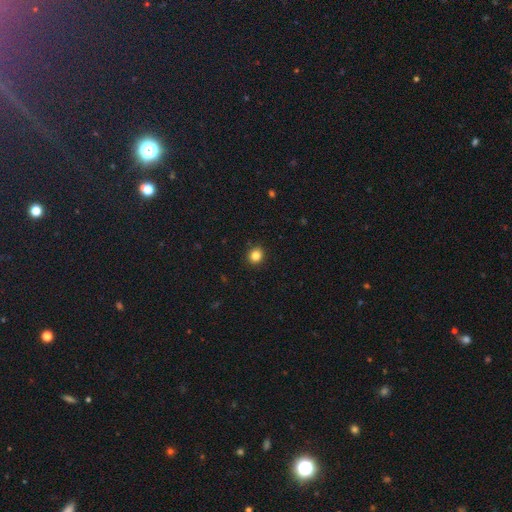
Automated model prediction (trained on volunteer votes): smooth-or-featured: smooth: 84% | star or artifact: 11% | featured or disk: 4%
  how-rounded: round: 81% | in between: 18% | cigar-shaped: 1%
  merging: none: 92% | minor disturbance: 5% | major disturbance: 2% | merger: 1%